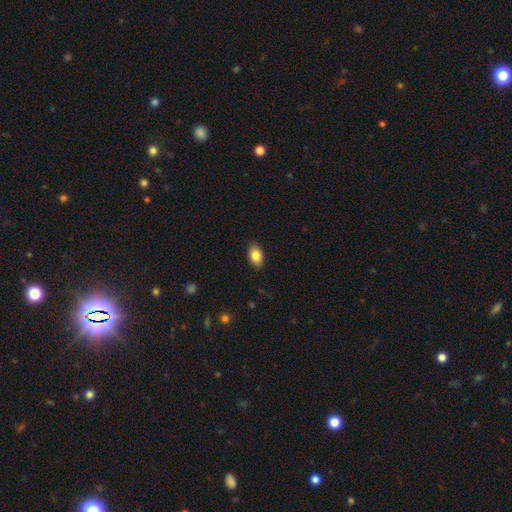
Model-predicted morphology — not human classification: Overall: smooth (85%). How rounded: in between (88%). Merging: none (88%).